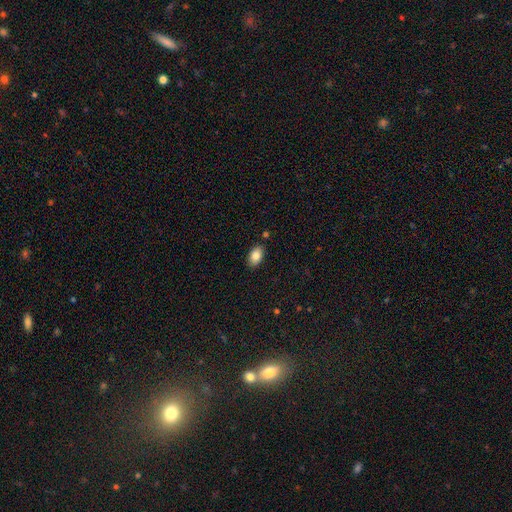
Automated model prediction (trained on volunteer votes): smooth 85%, star or artifact 8%, featured or disk 8%. Down the decision tree: how rounded — in between (90%); merging — none (86%).